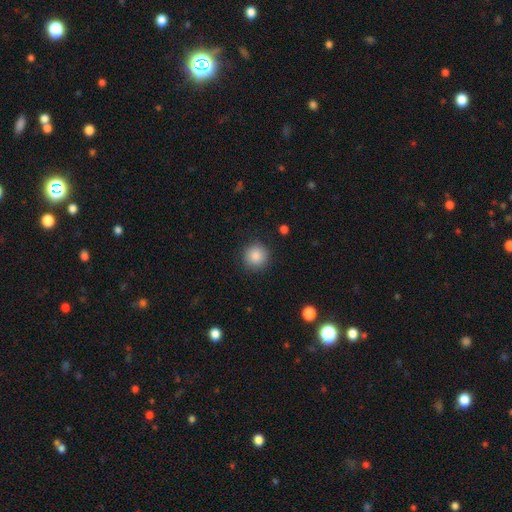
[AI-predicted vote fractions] Morphology: type=smooth (86%); roundness=round (94%); merging=none (89%).